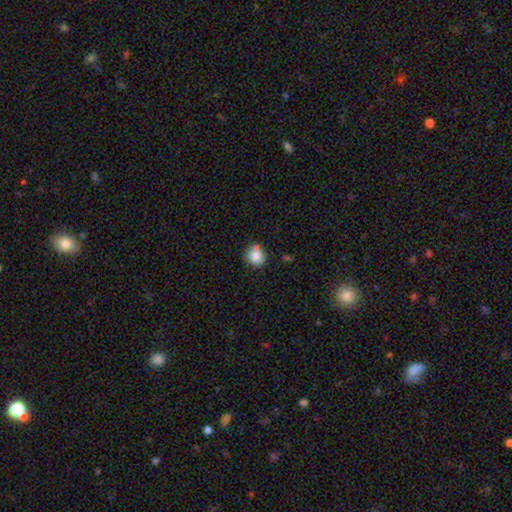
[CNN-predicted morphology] A smooth galaxy with no disk features (84%) that is round (82%). Merging: none (67%).